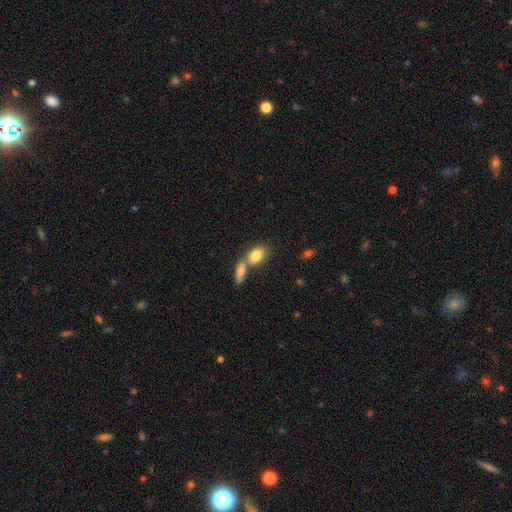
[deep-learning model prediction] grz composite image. It shows a smooth galaxy with no disk features (81%) that is in between round and cigar-shaped (82%). Merging: merger (53%).